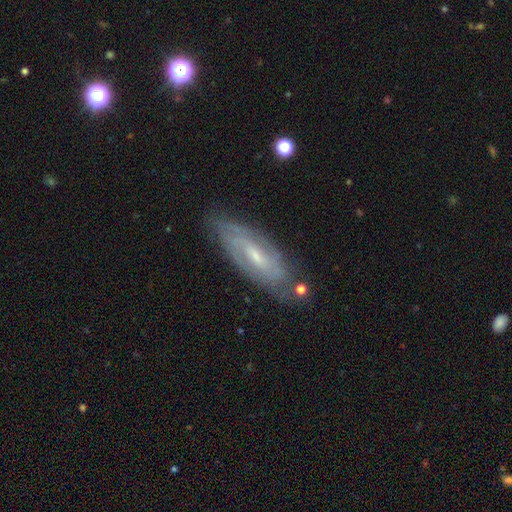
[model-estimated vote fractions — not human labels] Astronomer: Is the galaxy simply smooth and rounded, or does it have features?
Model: featured or disk — 72%.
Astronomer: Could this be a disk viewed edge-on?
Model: no — 80%.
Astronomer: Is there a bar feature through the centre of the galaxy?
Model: weak — 53% (runner-up: no, 31%).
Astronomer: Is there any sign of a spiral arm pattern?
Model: yes — 85%.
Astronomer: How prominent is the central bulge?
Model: small — 55% (runner-up: moderate, 37%).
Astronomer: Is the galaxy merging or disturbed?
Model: none — 76%.